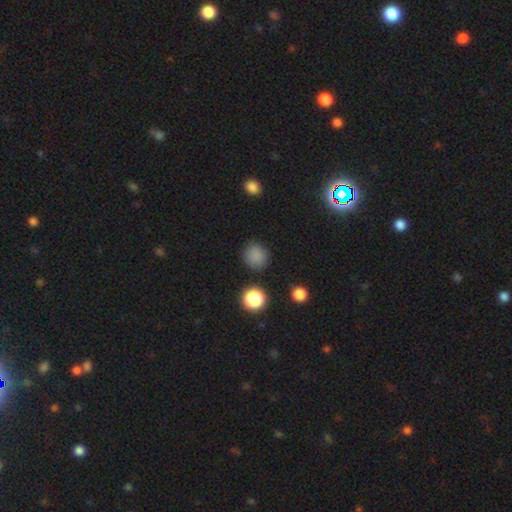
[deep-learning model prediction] smooth_or_featured: smooth (p=0.84) [alt: star or artifact p=0.13]
how_rounded: round (p=0.89) [alt: in between p=0.10]
merging: none (p=0.86) [alt: minor disturbance p=0.09]